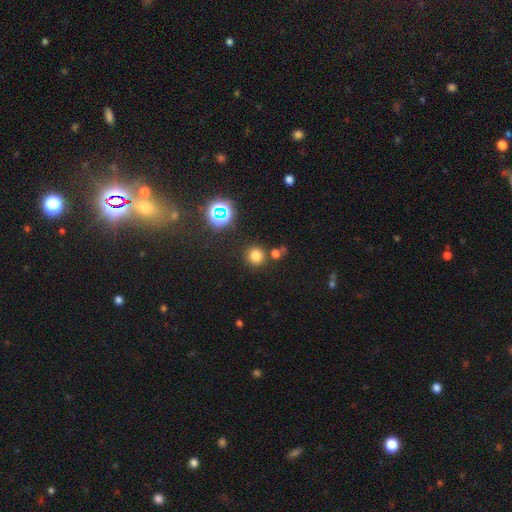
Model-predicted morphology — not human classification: Overall: smooth (74%). How rounded: round (92%). Merging: none (81%).